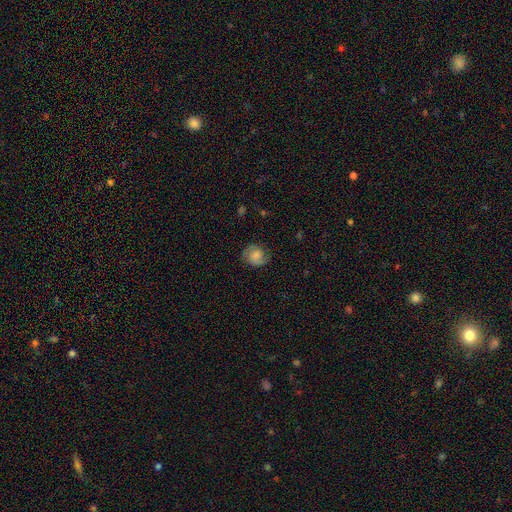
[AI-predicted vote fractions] This appears to be a smooth galaxy with no disk features (54%) that is round (73%). Merging: none (75%).